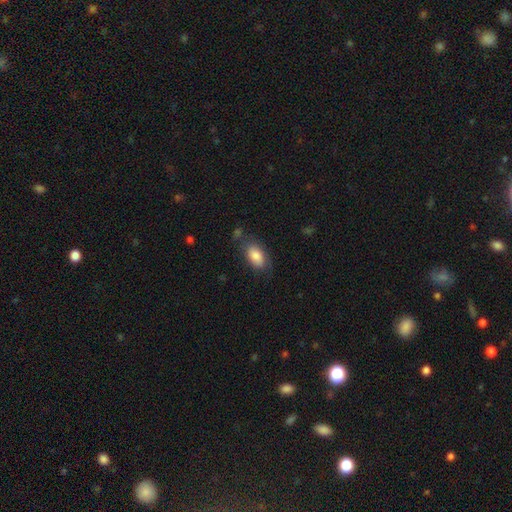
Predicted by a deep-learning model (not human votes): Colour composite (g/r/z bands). It shows a smooth galaxy with no disk features (81%) that is in between round and cigar-shaped (92%). Merging: none (66%).